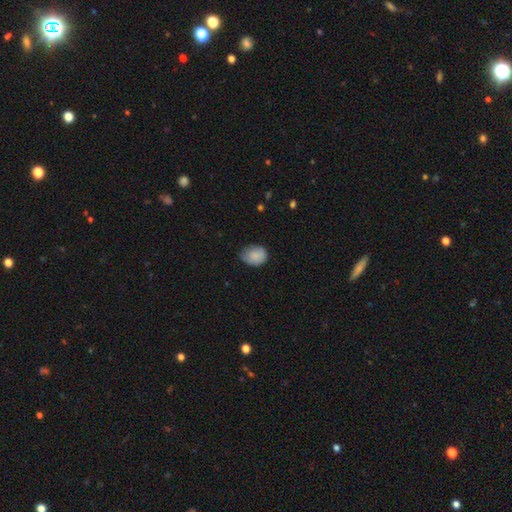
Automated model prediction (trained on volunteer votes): The model was most divided on "how rounded": in between: 53%, round: 46%, cigar-shaped: 1%. More confident: smooth or featured — smooth (82%); merging — none (55%).